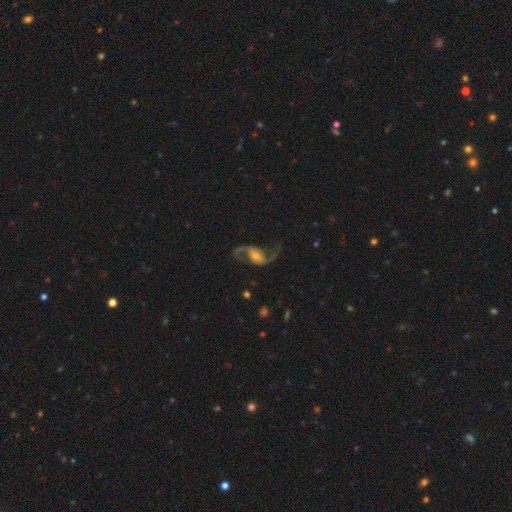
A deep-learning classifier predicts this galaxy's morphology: smooth-or-featured: featured or disk: 88% | smooth: 6% | star or artifact: 6%
  disk-edge-on: no: 97% | yes: 3%
    bar: no: 45% | weak: 35% | strong: 20%
    has-spiral-arms: yes: 96% | no: 4%
      spiral-winding: loose: 71% | medium: 24% | tight: 5%
      spiral-arm-count: 2: 93% | 1: 2% | can't tell: 2% | 3: 1% | 4: 1% | more than 4: 1%
    bulge-size: moderate: 47% | small: 44% | large: 6% | none: 2% | dominant: 2%
  merging: none: 73% | minor disturbance: 13% | major disturbance: 12% | merger: 2%